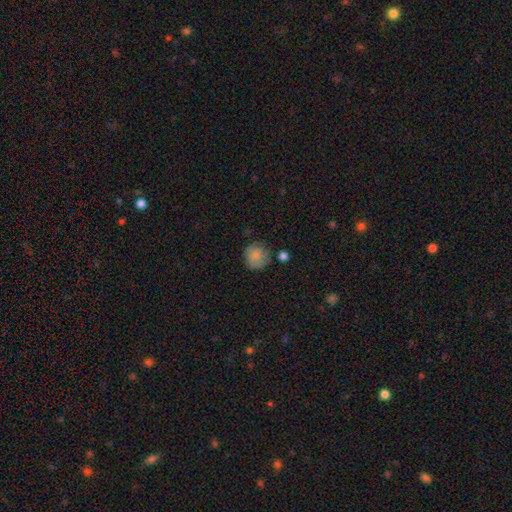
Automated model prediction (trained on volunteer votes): Smooth or featured: smooth — 79% (featured or disk — 13%)
How rounded: round — 88% (in between — 11%)
Merging: none — 68% (minor disturbance — 21%)